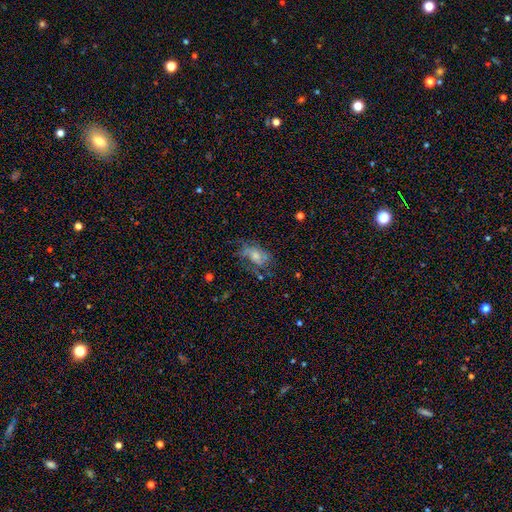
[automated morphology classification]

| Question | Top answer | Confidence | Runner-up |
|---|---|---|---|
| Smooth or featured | featured or disk | 46% | smooth (42%) |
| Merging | none | 43% | major disturbance (28%) |